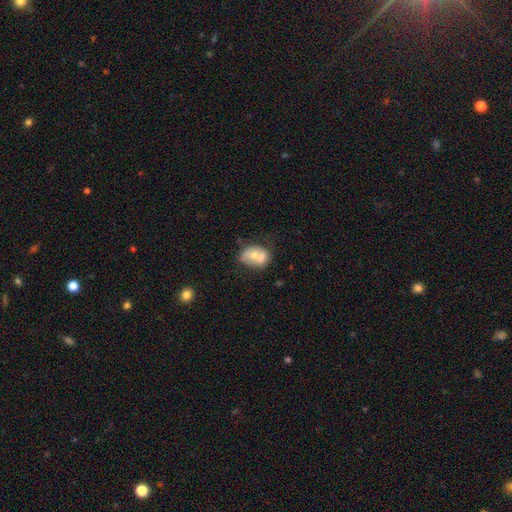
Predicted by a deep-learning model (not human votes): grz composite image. It shows a smooth galaxy with no disk features (58%) that is in between round and cigar-shaped (68%). Merging: none (47%).